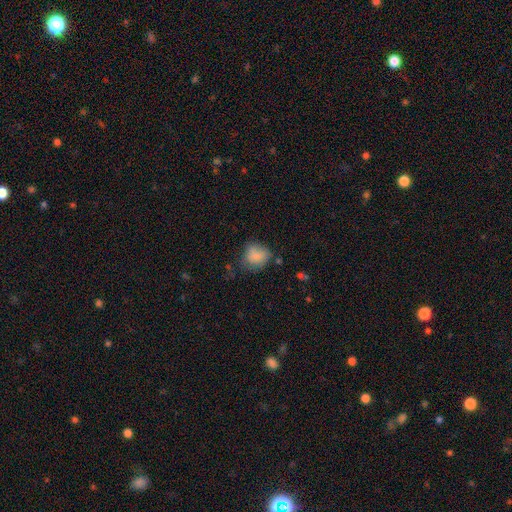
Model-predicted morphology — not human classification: Q: Smooth or featured?
A: smooth (81%); runner-up: star or artifact (10%)
Q: How rounded?
A: round (61%); runner-up: in between (38%)
Q: Merging?
A: none (53%); runner-up: minor disturbance (31%)